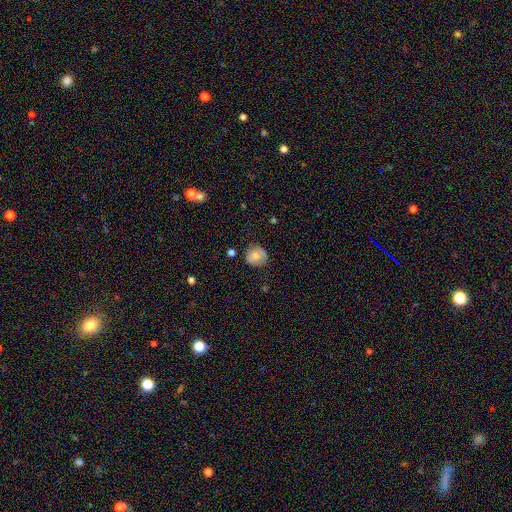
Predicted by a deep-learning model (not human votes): Smooth or featured? smooth (61%)
How rounded? round (84%)
Merging? none (75%)